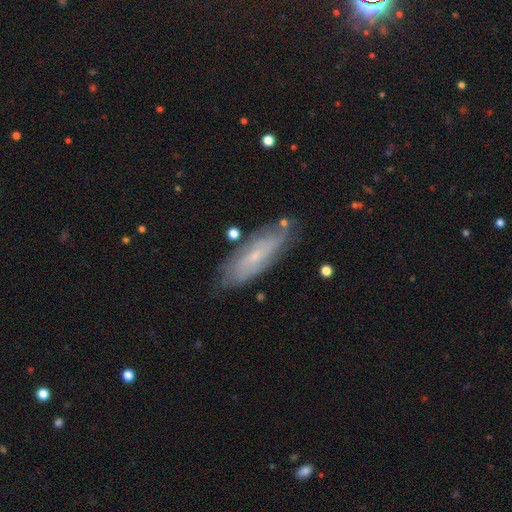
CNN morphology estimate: This is likely a featured or disk galaxy (62%). It is likely not viewed edge-on (77%). Merging: likely none (77%).